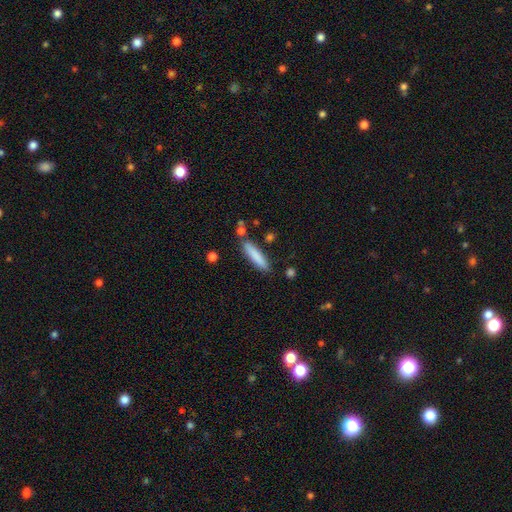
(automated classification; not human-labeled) smooth-or-featured: smooth: 83% | featured or disk: 11% | star or artifact: 6%
  how-rounded: cigar-shaped: 82% | in between: 17% | round: 1%
  merging: none: 81% | minor disturbance: 11% | merger: 5% | major disturbance: 3%